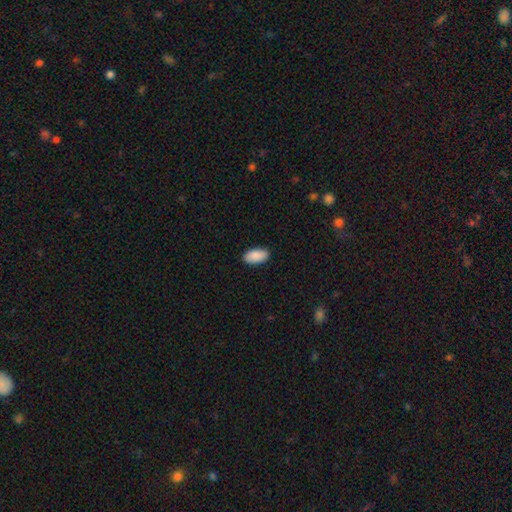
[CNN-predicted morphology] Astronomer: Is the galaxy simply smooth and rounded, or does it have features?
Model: smooth — 90%.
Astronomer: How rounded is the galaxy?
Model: in between — 95%.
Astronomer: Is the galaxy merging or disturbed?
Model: none — 89%.